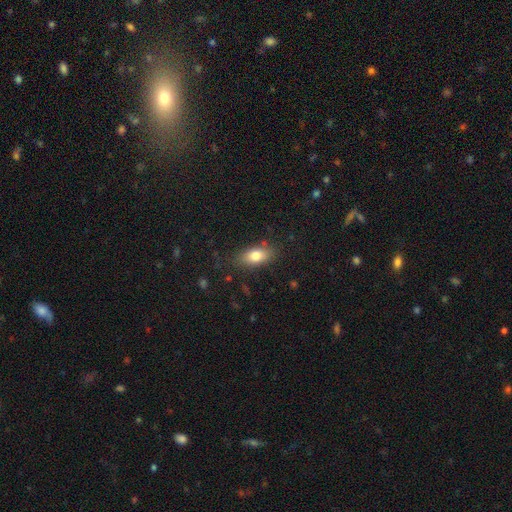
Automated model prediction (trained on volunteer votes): Smooth or featured? smooth (78%)
How rounded? in between (85%)
Merging? none (80%)